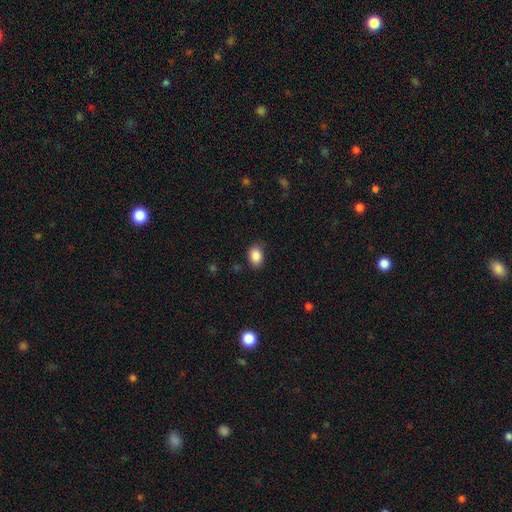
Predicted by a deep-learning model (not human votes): Smooth or featured? smooth (87%)
How rounded? in between (74%)
Merging? none (79%)